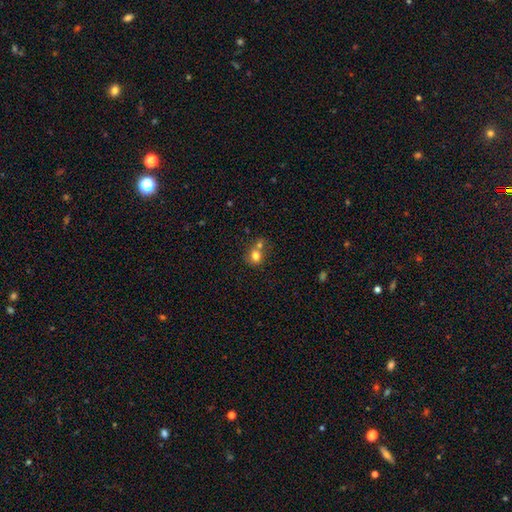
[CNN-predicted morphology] Smooth or featured? smooth (77%)
How rounded? round (69%)
Merging? merger (46%)